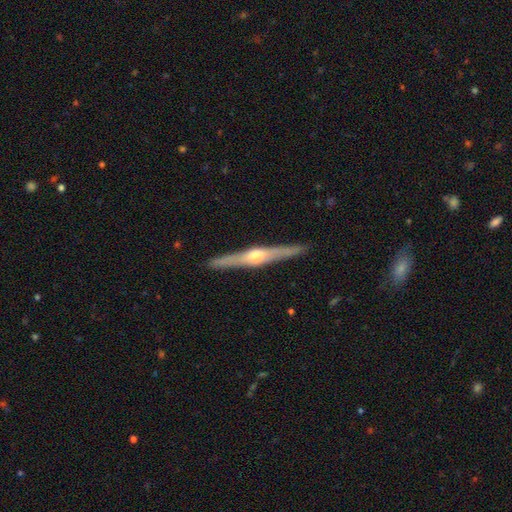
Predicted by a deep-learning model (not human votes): Overall: featured or disk (77%). Edge-on disk: yes (98%). Edge-on bulge: rounded (89%). Merging: none (91%).